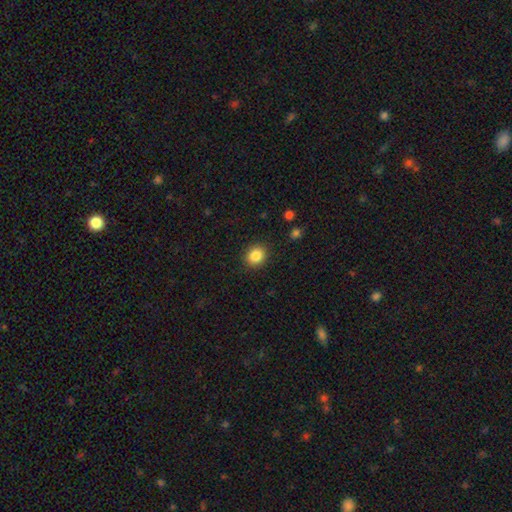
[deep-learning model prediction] Smooth or featured?
  - smooth: 86% *
  - star or artifact: 10%
  - featured or disk: 5%
How rounded?
  - round: 75% *
  - in between: 25%
  - cigar-shaped: 1%
Merging?
  - none: 90% *
  - minor disturbance: 7%
  - major disturbance: 2%
  - merger: 1%